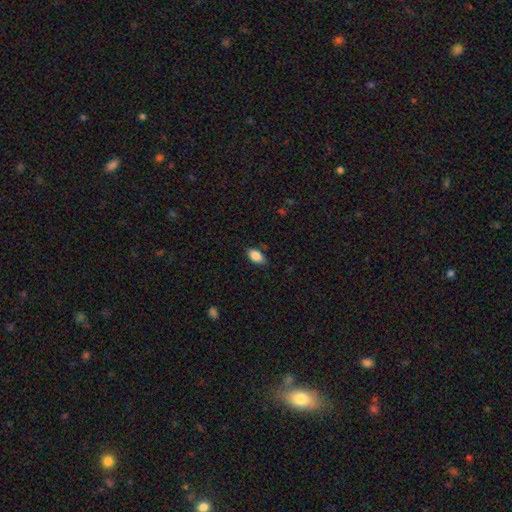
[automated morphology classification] smooth_or_featured: smooth (p=0.87) [alt: star or artifact p=0.08]
how_rounded: in between (p=0.91) [alt: round p=0.05]
merging: none (p=0.81) [alt: minor disturbance p=0.15]